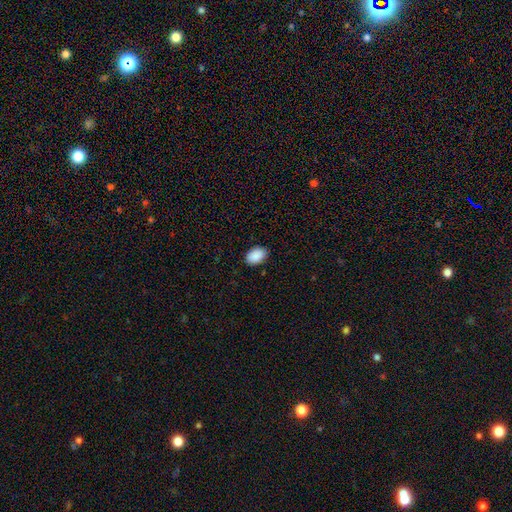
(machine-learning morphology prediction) A smooth galaxy with no disk features (90%) that is in between round and cigar-shaped (87%). Merging: none (87%).